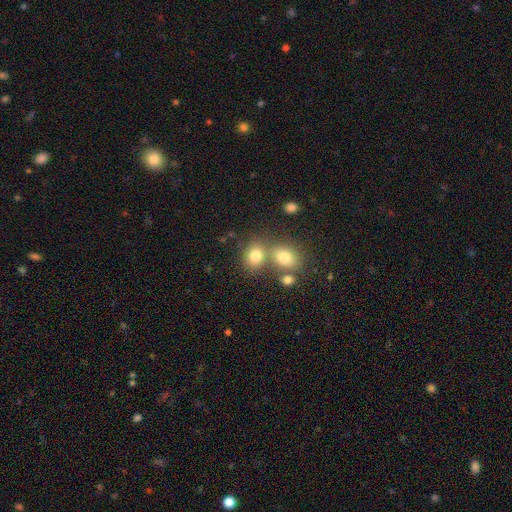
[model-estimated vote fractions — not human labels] A smooth galaxy with no disk features (78%) that is round (52%).

Vote fractions:
- Smooth or featured? smooth: 78% / star or artifact: 13% / featured or disk: 9%
- How rounded? round: 52% / in between: 46% / cigar-shaped: 1%
- Merging? none: 49% / merger: 37% / minor disturbance: 10% / major disturbance: 4%